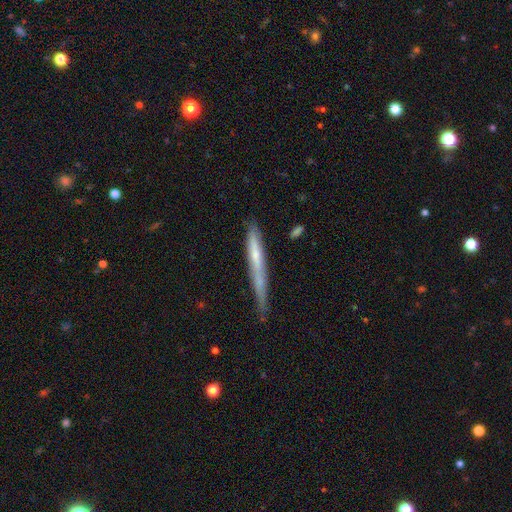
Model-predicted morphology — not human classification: A smooth galaxy with no disk features (48%). Merging: none (66%).